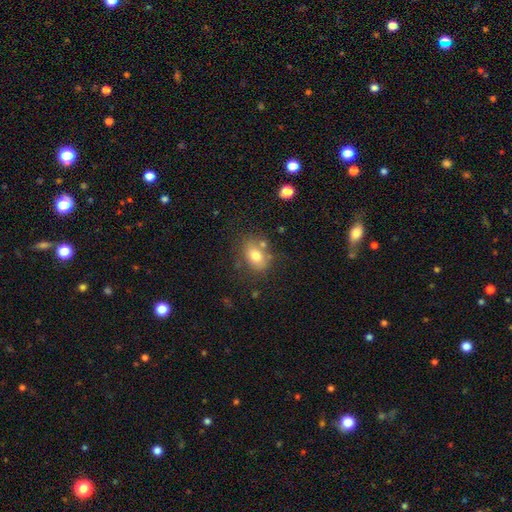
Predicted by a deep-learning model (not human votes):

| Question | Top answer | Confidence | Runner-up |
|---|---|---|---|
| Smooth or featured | smooth | 75% | featured or disk (15%) |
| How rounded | in between | 70% | round (28%) |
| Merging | none | 65% | minor disturbance (18%) |